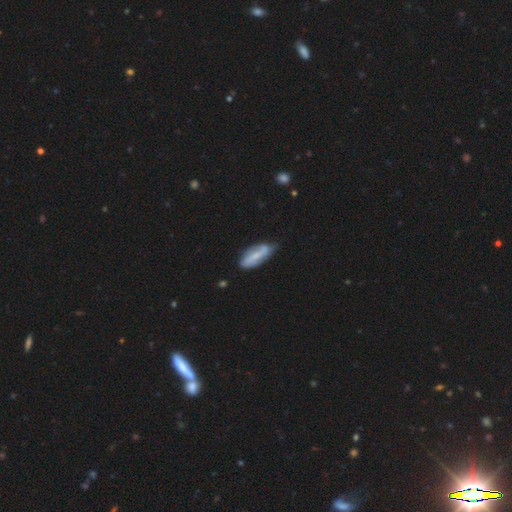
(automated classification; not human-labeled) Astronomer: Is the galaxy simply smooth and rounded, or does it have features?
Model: smooth — 49% (runner-up: featured or disk, 45%).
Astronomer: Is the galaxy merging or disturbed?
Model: none — 59%.